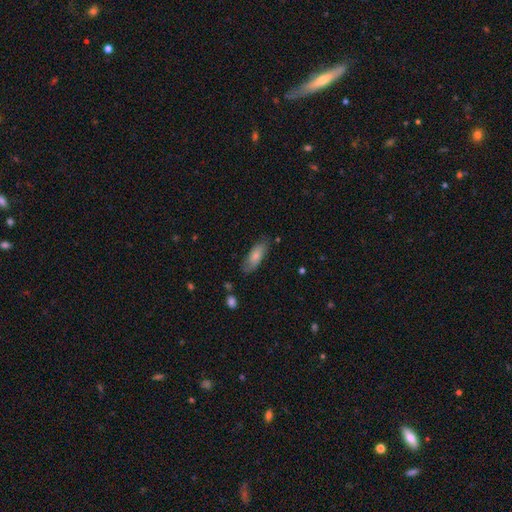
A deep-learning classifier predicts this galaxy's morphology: smooth 76%, featured or disk 18%, star or artifact 6%. Down the decision tree: how rounded — in between (73%); merging — none (73%).